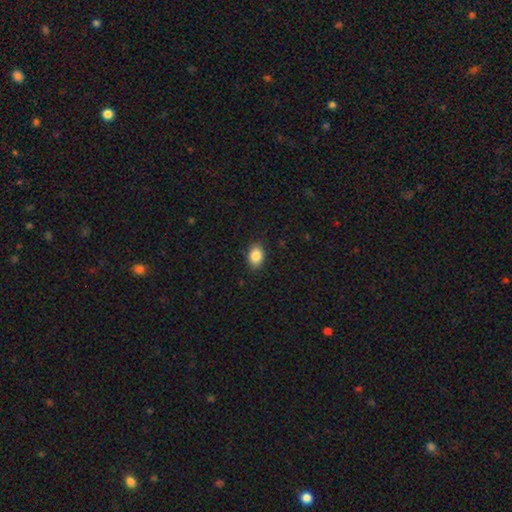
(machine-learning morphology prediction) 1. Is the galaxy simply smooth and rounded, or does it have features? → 87% smooth, 8% star or artifact, 5% featured or disk.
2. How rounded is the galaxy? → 73% in between, 26% round, 1% cigar-shaped.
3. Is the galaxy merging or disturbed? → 88% none, 9% minor disturbance, 2% major disturbance, 1% merger.